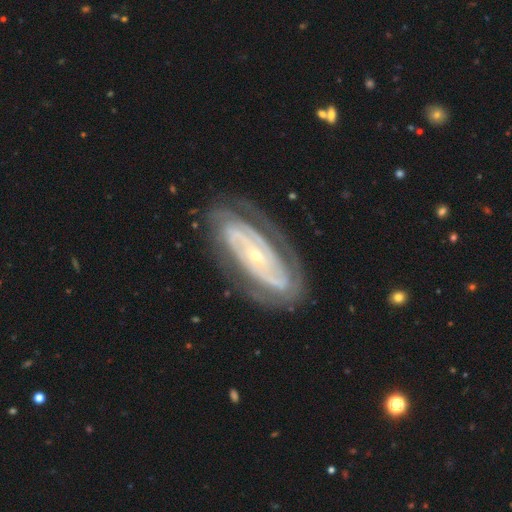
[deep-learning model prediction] Overall: featured or disk (86%). Edge-on disk: no (92%). Bar: no (64%). Spiral arms: yes (89%). Spiral arm count: 2 (40%; can't tell 34%). Spiral winding: tight (72%). Bulge size: small (76%). Merging: none (75%).